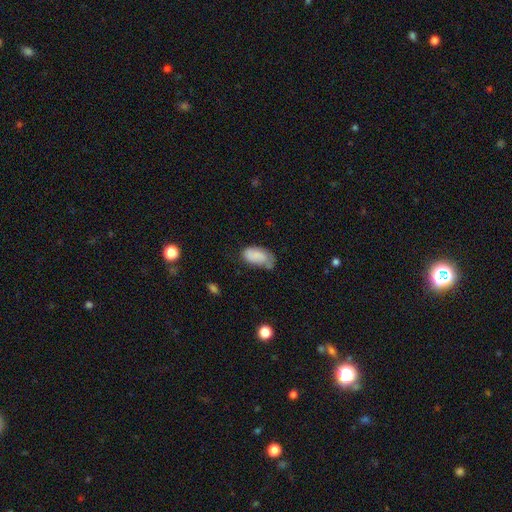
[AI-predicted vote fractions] A smooth galaxy with no disk features (79%) that is in between round and cigar-shaped (94%).

Vote fractions:
- Smooth or featured? smooth: 79% / featured or disk: 14% / star or artifact: 7%
- How rounded? in between: 94% / round: 3% / cigar-shaped: 2%
- Merging? none: 41% / minor disturbance: 38% / major disturbance: 16% / merger: 5%